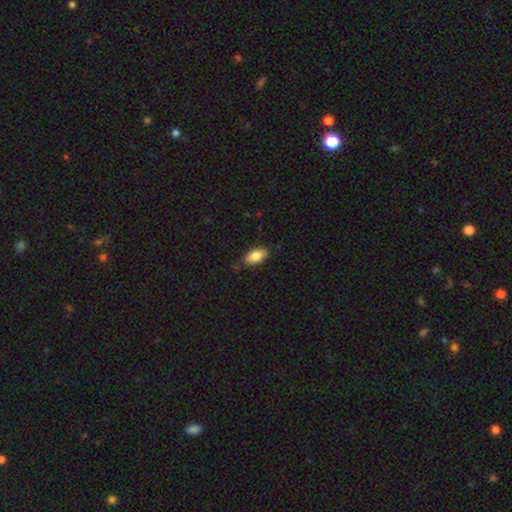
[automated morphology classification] type=smooth (85%); roundness=in between (92%); merging=none (83%).